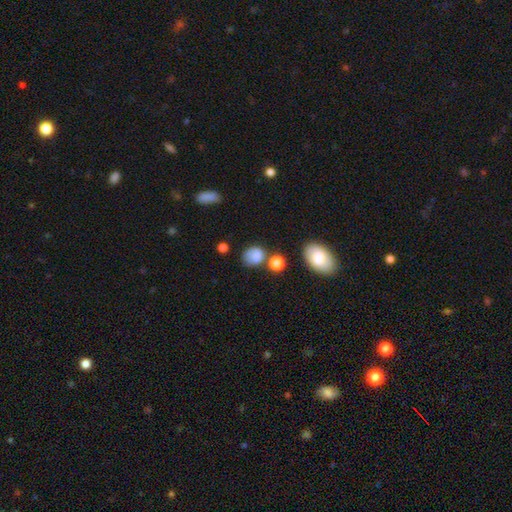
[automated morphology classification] smooth-or-featured: smooth: 81% | star or artifact: 10% | featured or disk: 9%
  how-rounded: round: 57% | in between: 42% | cigar-shaped: 1%
  merging: none: 53% | minor disturbance: 25% | merger: 12% | major disturbance: 10%